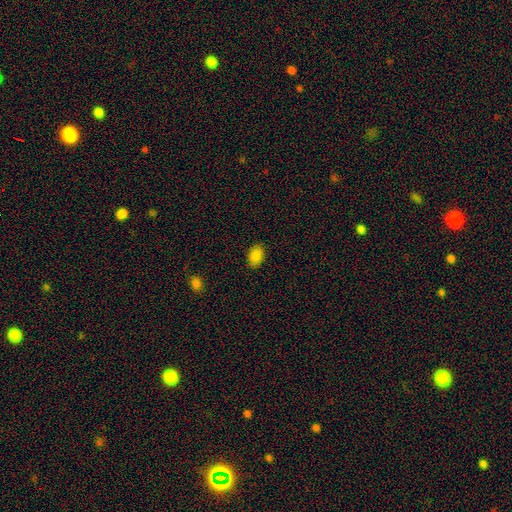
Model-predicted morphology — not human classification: Smooth or featured: smooth — 87% (star or artifact — 9%)
How rounded: in between — 87% (round — 11%)
Merging: none — 87% (minor disturbance — 9%)